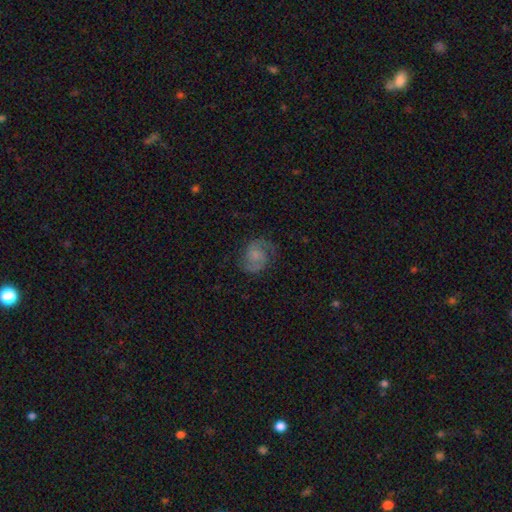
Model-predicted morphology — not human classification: This is clearly a featured or disk galaxy (80%). It is clearly not viewed edge-on (98%). Bar: likely no (61%). Spiral arm pattern: clearly yes (97%). Spiral arm count: clearly 2 (91%). Spiral winding: possibly medium (55%). Central bulge: marginally small (43%). Merging: likely none (79%).